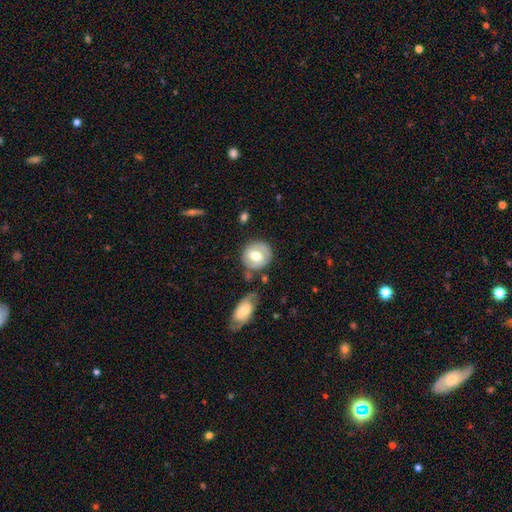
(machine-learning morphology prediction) Smooth or featured?
  - smooth: 52% *
  - featured or disk: 42%
  - star or artifact: 6%
How rounded?
  - round: 78% *
  - in between: 21%
  - cigar-shaped: 1%
Merging?
  - none: 67% *
  - minor disturbance: 18%
  - merger: 8%
  - major disturbance: 6%